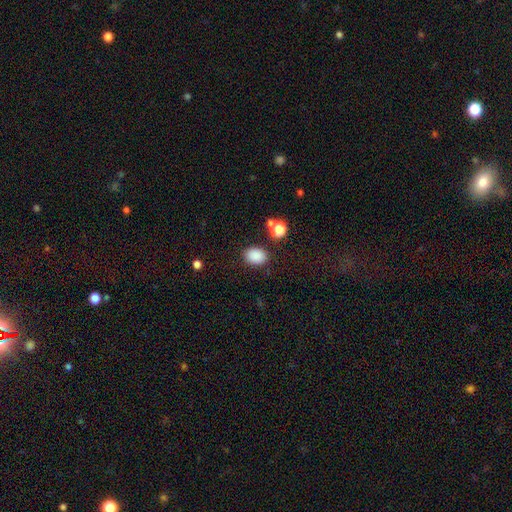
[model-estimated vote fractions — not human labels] This appears to be a smooth galaxy with no disk features (87%) that is in between round and cigar-shaped (72%). Merging: none (84%).